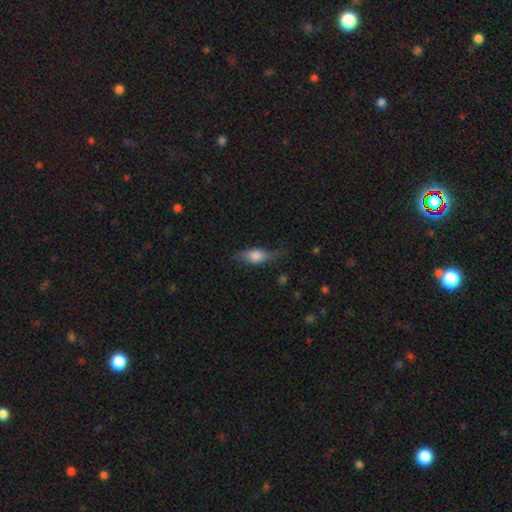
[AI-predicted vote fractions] Smooth or featured? smooth (69%)
How rounded? in between (73%)
Merging? none (63%)